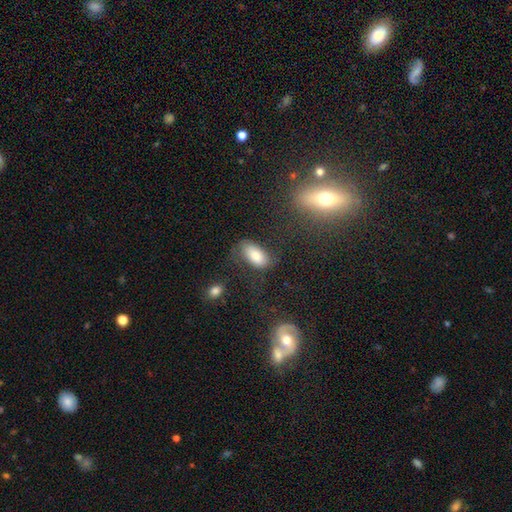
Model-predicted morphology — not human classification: A smooth galaxy with no disk features (75%) that is in between round and cigar-shaped (92%). Merging: none (63%).